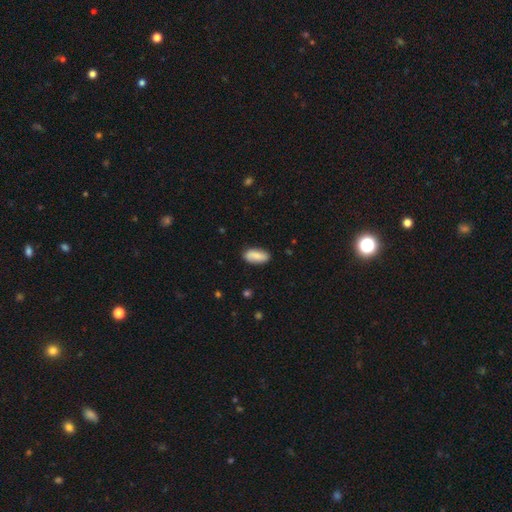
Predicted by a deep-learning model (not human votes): This is likely a smooth galaxy (79%). How rounded: clearly in between (86%). Merging: clearly none (83%).